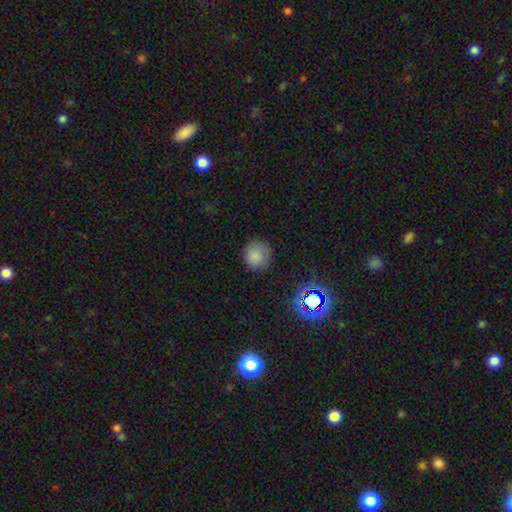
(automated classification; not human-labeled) This is clearly a smooth galaxy (82%). How rounded: clearly round (91%). Merging: clearly none (86%).